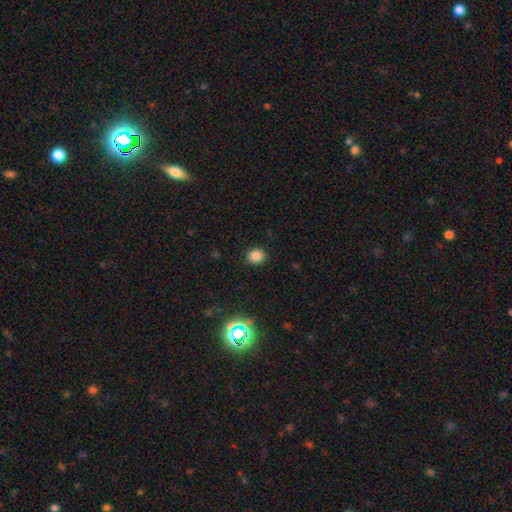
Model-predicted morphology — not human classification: Overall: smooth (82%). How rounded: round (83%). Merging: none (90%).